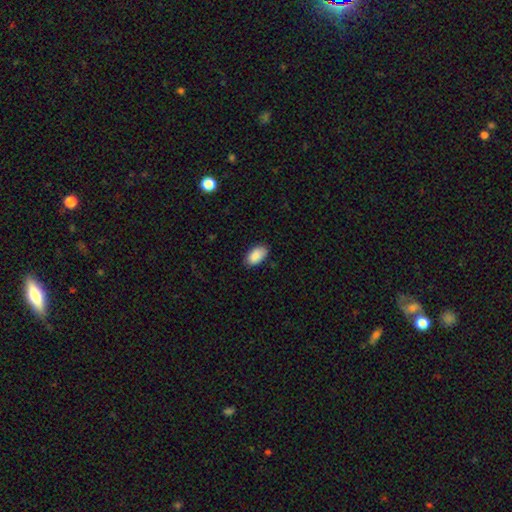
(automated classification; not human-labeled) This is clearly a smooth galaxy (89%). How rounded: clearly in between (95%). Merging: clearly none (82%).